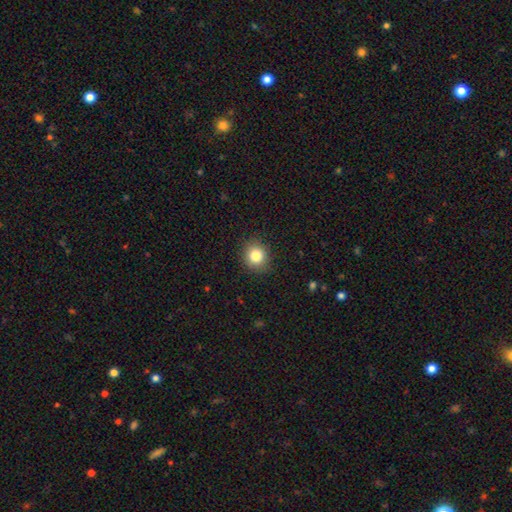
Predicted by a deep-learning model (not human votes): A smooth galaxy with no disk features (83%) that is round (82%). Merging: none (88%).